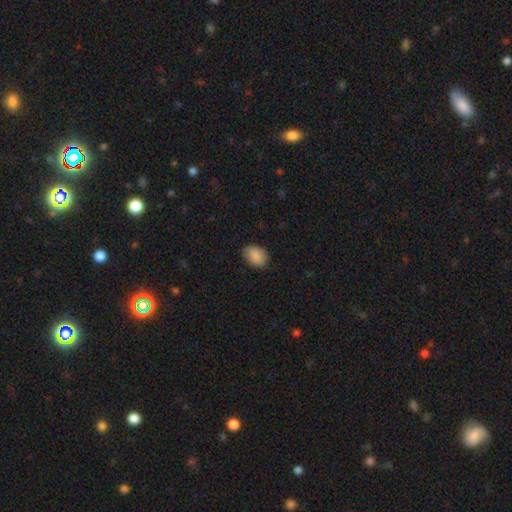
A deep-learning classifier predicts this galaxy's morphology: smooth-or-featured: smooth: 89% | star or artifact: 7% | featured or disk: 4%
  how-rounded: in between: 79% | round: 19% | cigar-shaped: 1%
  merging: none: 84% | minor disturbance: 13% | major disturbance: 3% | merger: 1%